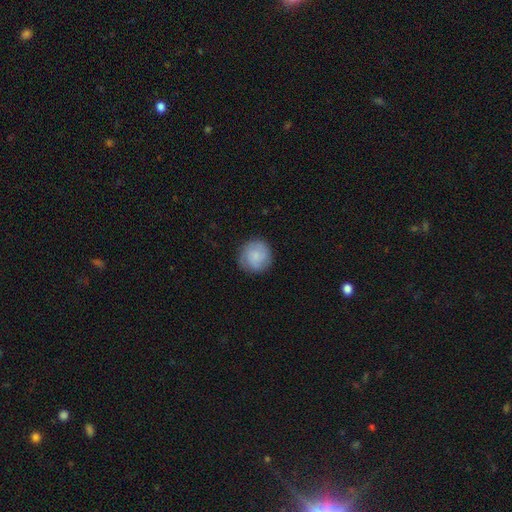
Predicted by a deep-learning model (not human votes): Morphology: type=smooth (73%); roundness=round (93%); merging=none (83%).